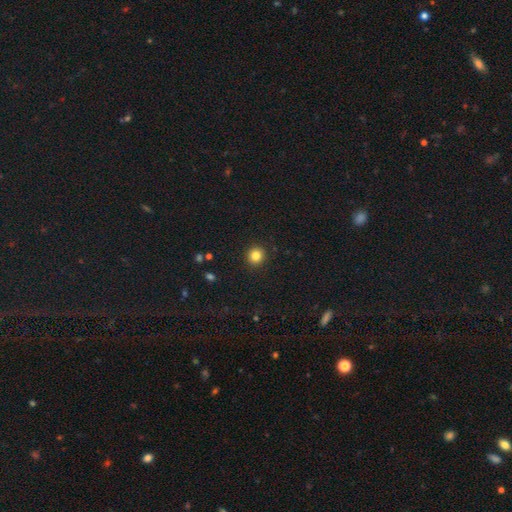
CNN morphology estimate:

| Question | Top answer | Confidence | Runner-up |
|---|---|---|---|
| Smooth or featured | smooth | 84% | star or artifact (11%) |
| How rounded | round | 92% | in between (7%) |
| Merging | none | 93% | minor disturbance (5%) |